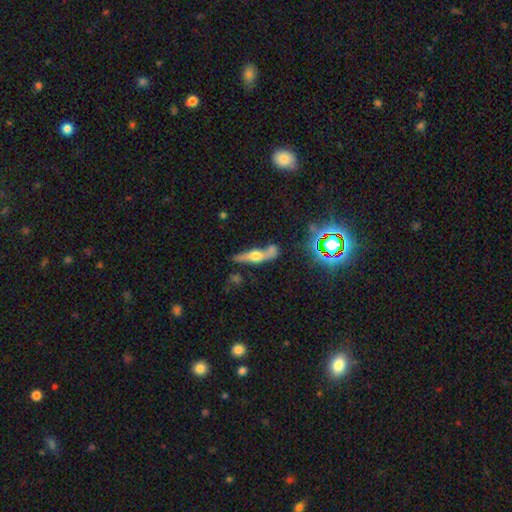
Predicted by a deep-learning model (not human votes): A featured or disk galaxy (59%) viewed edge-on (84%). Merging: none (53%).